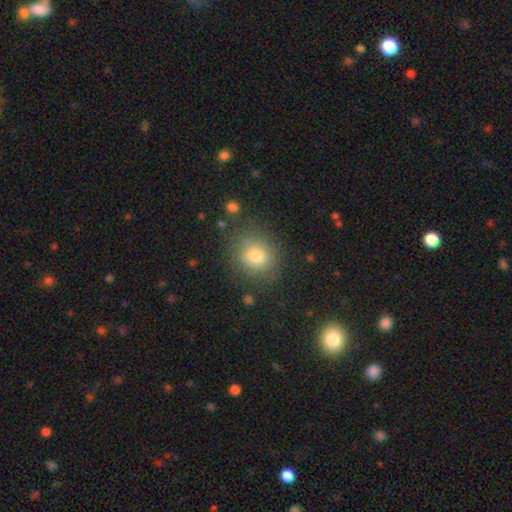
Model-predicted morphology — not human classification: A smooth galaxy with no disk features (78%) that is round (76%).

Vote fractions:
- Smooth or featured? smooth: 78% / star or artifact: 12% / featured or disk: 11%
- How rounded? round: 76% / in between: 23% / cigar-shaped: 1%
- Merging? none: 80% / minor disturbance: 13% / major disturbance: 5% / merger: 2%